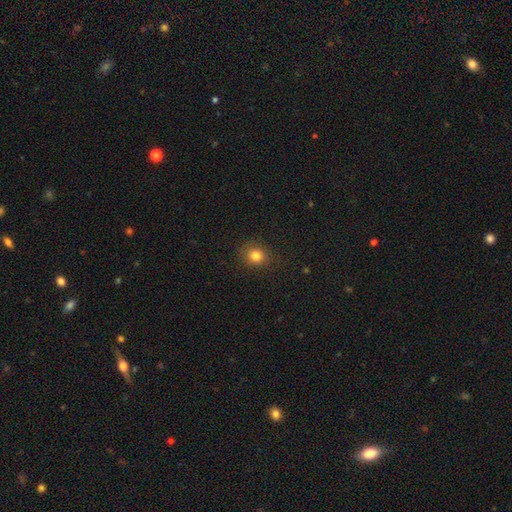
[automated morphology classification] smooth 81%, star or artifact 13%, featured or disk 6%. Down the decision tree: how rounded — round (82%); merging — none (87%).